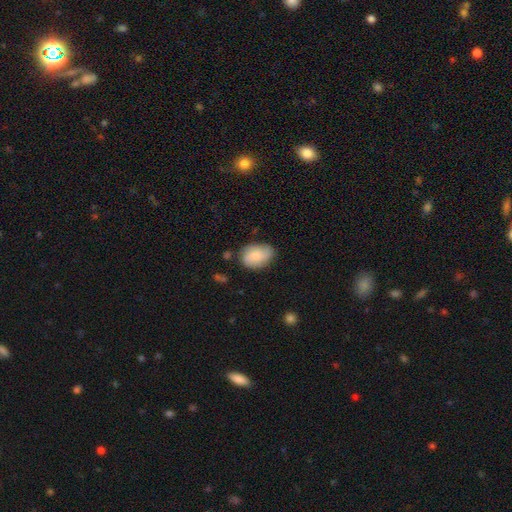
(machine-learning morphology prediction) Smooth or featured? smooth (63%)
How rounded? in between (73%)
Merging? none (69%)